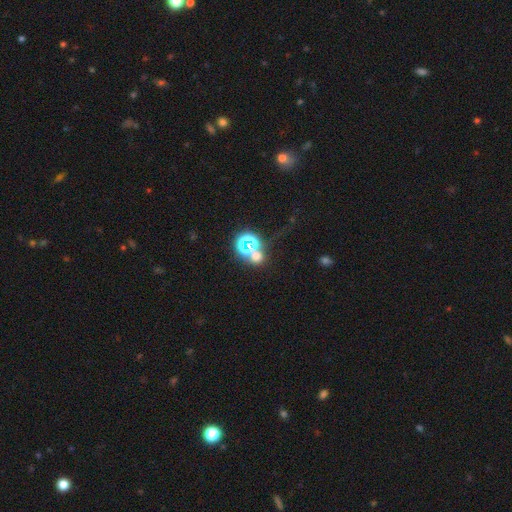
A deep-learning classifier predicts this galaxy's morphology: star or artifact 46%, smooth 44%, featured or disk 10%.